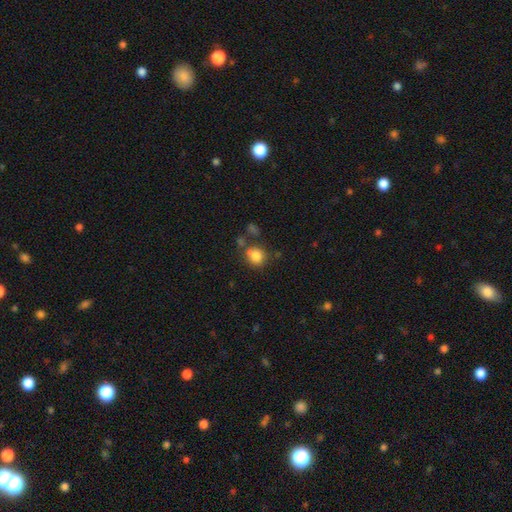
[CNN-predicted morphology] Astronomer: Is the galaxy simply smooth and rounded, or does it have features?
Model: smooth — 83%.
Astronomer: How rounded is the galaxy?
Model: round — 79%.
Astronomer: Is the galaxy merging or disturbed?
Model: none — 66%.